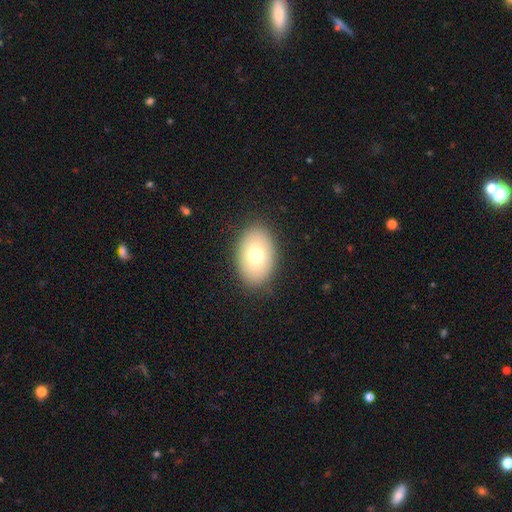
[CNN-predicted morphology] A smooth galaxy with no disk features (73%) that is in between round and cigar-shaped (89%). Merging: none (87%).